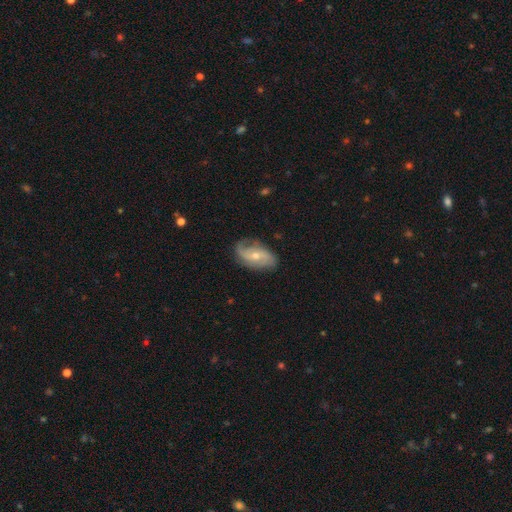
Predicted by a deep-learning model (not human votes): Smooth or featured? Predicted: featured or disk (p=0.77). Edge-on disk? Predicted: no (p=0.95). Bar? Predicted: no (p=0.48). Spiral arms? Predicted: yes (p=0.92). Spiral winding? Predicted: medium (p=0.40). Spiral arm count? Predicted: 2 (p=0.64). Bulge size? Predicted: small (p=0.50). Merging? Predicted: none (p=0.68).